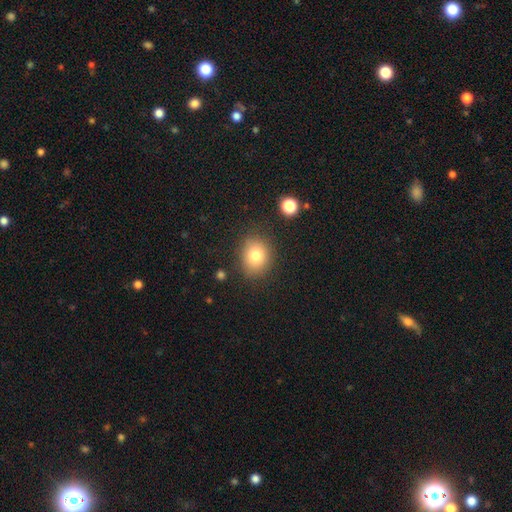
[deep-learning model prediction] A smooth galaxy with no disk features (79%) that is round (63%).

Vote fractions:
- Smooth or featured? smooth: 79% / star or artifact: 11% / featured or disk: 10%
- How rounded? round: 63% / in between: 36% / cigar-shaped: 1%
- Merging? none: 82% / minor disturbance: 12% / major disturbance: 4% / merger: 2%